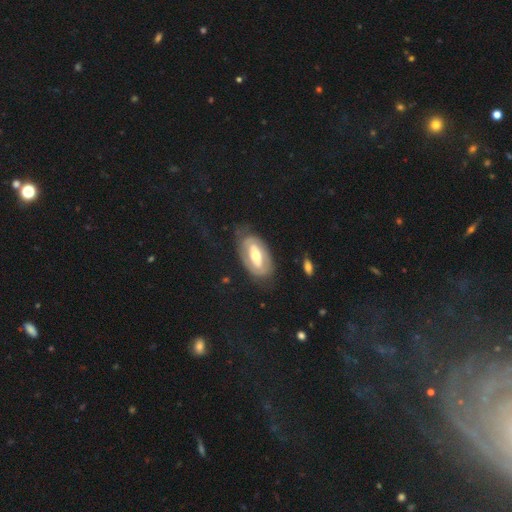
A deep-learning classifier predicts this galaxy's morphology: Q: Smooth or featured?
A: featured or disk (69%); runner-up: smooth (26%)
Q: Edge-on disk?
A: no (91%); runner-up: yes (9%)
Q: Bar?
A: strong (40%); runner-up: weak (30%)
Q: Spiral arms?
A: yes (50%); tied with: no (50%)
Q: Bulge size?
A: moderate (69%); runner-up: small (16%)
Q: Merging?
A: none (68%); runner-up: minor disturbance (19%)